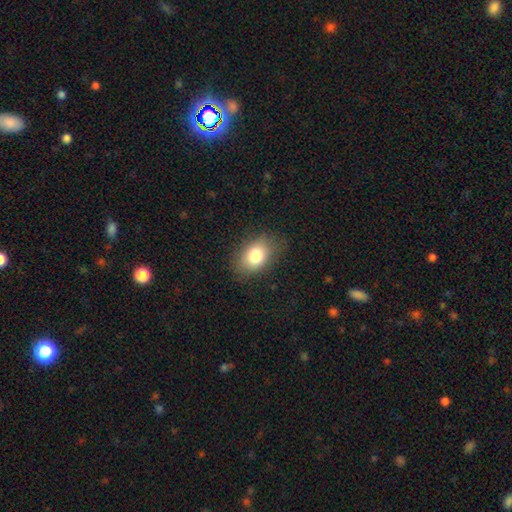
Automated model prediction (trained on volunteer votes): Overall: smooth (81%). How rounded: in between (81%). Merging: none (79%).